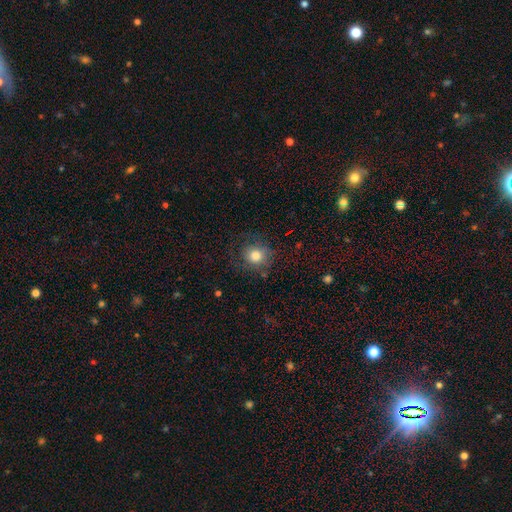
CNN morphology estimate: This appears to be a smooth galaxy with no disk features (77%) that is round (83%). Merging: none (70%).